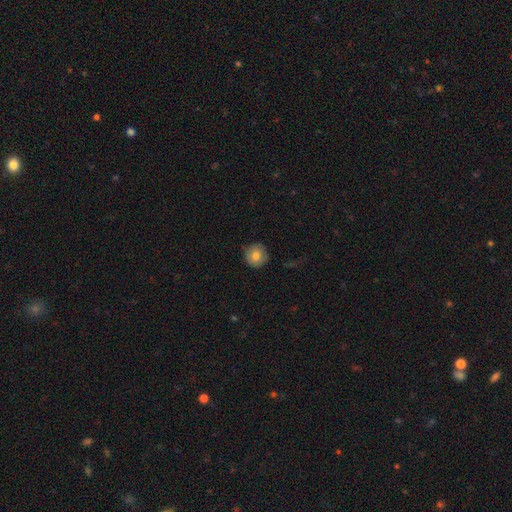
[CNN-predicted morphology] Smooth or featured: smooth — 77% (featured or disk — 15%)
How rounded: round — 94% (in between — 5%)
Merging: none — 83% (minor disturbance — 13%)